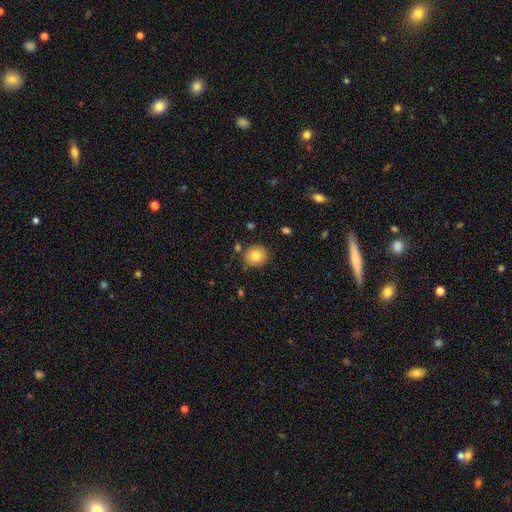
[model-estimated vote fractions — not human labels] This appears to be a smooth galaxy with no disk features (81%) that is round (79%). Merging: none (81%).